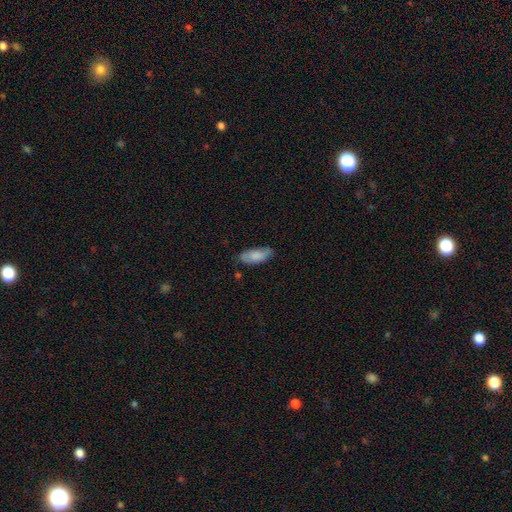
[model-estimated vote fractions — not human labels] A smooth galaxy with no disk features (77%) that is in between round and cigar-shaped (86%). Merging: none (73%).